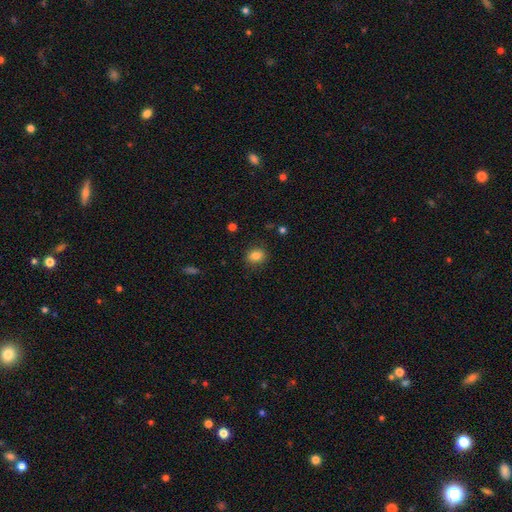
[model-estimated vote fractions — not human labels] A smooth galaxy with no disk features (83%) that is in between round and cigar-shaped (54%).

Vote fractions:
- Smooth or featured? smooth: 83% / star or artifact: 10% / featured or disk: 7%
- How rounded? in between: 54% / round: 45% / cigar-shaped: 1%
- Merging? none: 86% / minor disturbance: 10% / major disturbance: 3% / merger: 1%